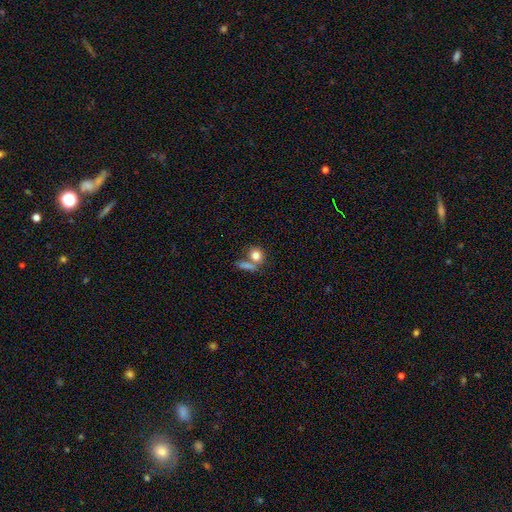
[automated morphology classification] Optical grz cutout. It shows a smooth galaxy with no disk features (81%) that is round (69%). Merging: none (53%).